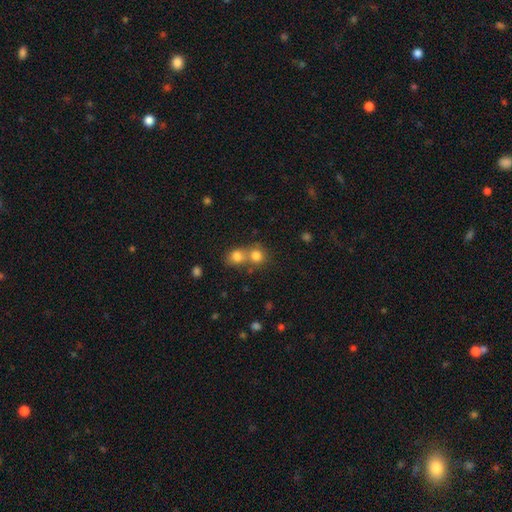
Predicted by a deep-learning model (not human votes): This is likely a smooth galaxy (78%). How rounded: clearly round (82%). Merging: possibly merger (52%).